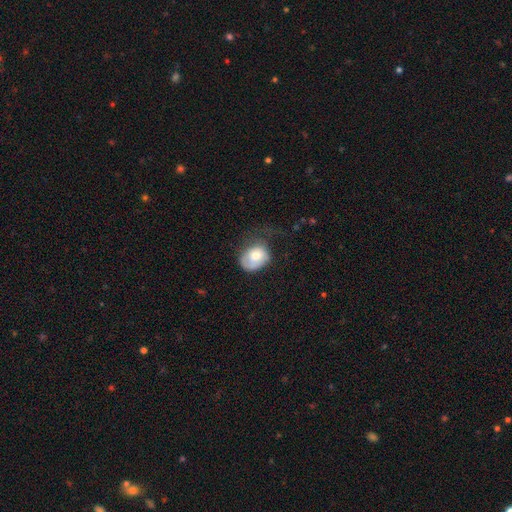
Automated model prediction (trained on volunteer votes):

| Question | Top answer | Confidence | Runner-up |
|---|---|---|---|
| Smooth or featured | smooth | 66% | featured or disk (27%) |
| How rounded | in between | 51% | round (48%) |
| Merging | minor disturbance | 34% | major disturbance (32%) |